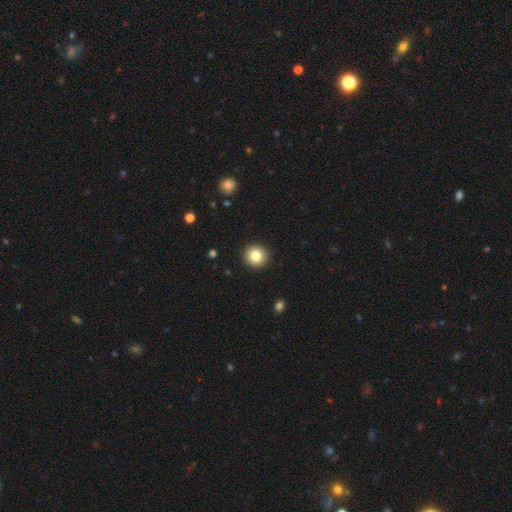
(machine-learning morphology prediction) Overall: smooth (82%). How rounded: round (94%). Merging: none (93%).